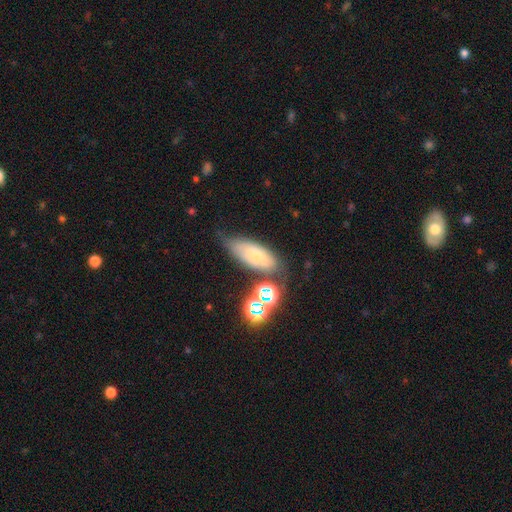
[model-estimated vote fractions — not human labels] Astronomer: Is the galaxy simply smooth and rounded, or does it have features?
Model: smooth — 63%.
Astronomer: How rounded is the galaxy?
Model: in between — 78%.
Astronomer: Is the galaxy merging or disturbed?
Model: none — 59%.